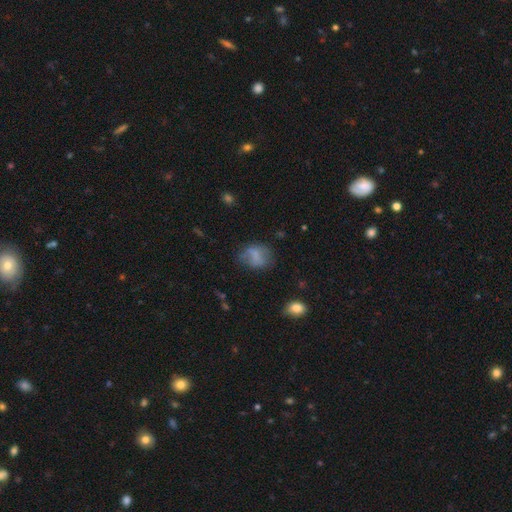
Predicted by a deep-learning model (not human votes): Overall: smooth (62%; featured or disk 27%). How rounded: in between (54%; round 44%). Merging: none (53%; minor disturbance 27%).